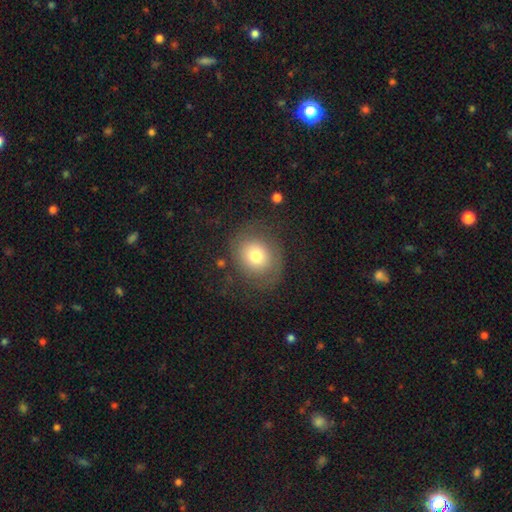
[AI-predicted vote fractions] A smooth galaxy with no disk features (61%) that is round (74%).

Vote fractions:
- Smooth or featured? smooth: 61% / featured or disk: 29% / star or artifact: 10%
- How rounded? round: 74% / in between: 25% / cigar-shaped: 1%
- Merging? none: 69% / minor disturbance: 15% / major disturbance: 14% / merger: 2%